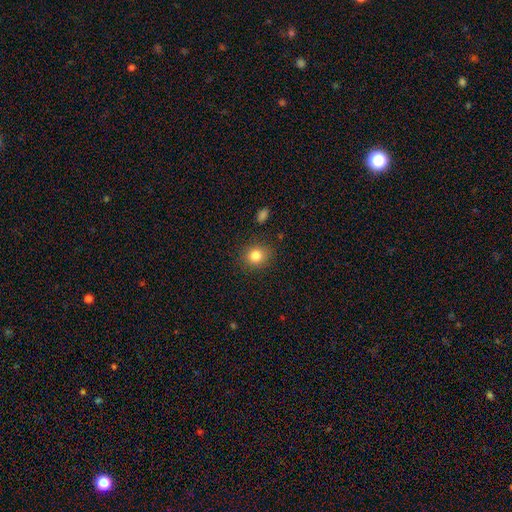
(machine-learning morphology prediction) Smooth or featured? Predicted: smooth (p=0.83). How rounded? Predicted: round (p=0.79). Merging? Predicted: none (p=0.86).